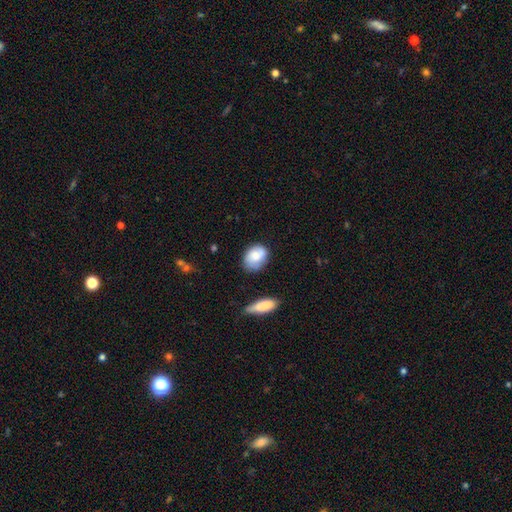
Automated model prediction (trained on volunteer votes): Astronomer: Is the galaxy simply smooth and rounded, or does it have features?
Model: smooth — 75%.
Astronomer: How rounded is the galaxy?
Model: in between — 66%.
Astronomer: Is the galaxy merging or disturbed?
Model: none — 61%.